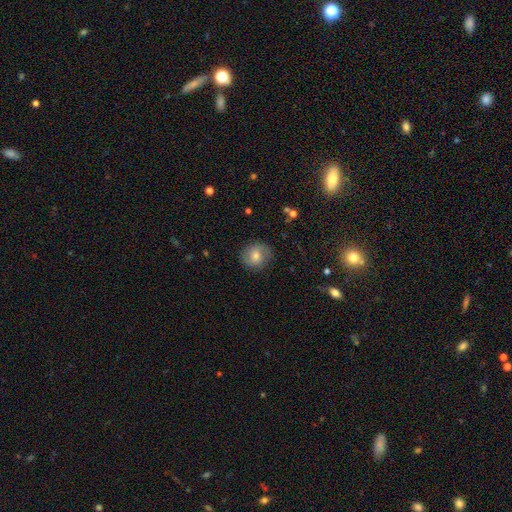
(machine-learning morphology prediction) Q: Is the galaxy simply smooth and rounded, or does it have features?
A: smooth — 61%.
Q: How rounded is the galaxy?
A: round — 83%.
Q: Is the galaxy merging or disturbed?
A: none — 81%.